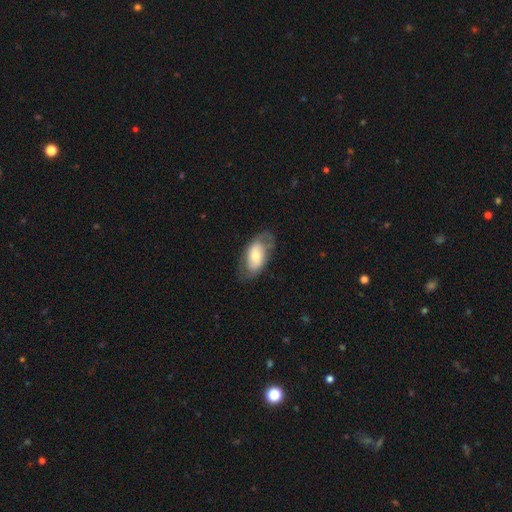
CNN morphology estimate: Smooth or featured? featured or disk (47%)
Merging? none (61%)